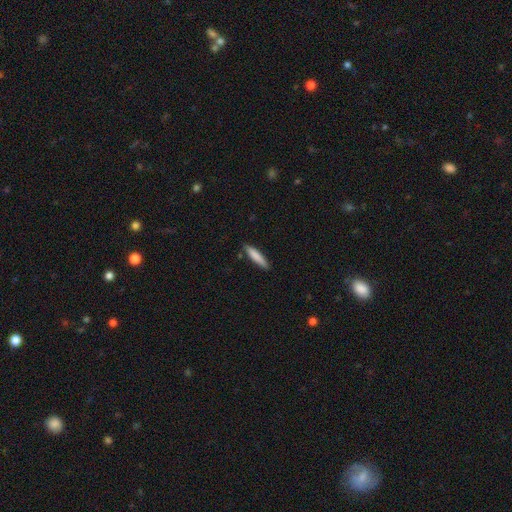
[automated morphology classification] Smooth or featured: smooth — 81% (featured or disk — 13%)
How rounded: cigar-shaped — 86% (in between — 13%)
Merging: none — 86% (minor disturbance — 11%)